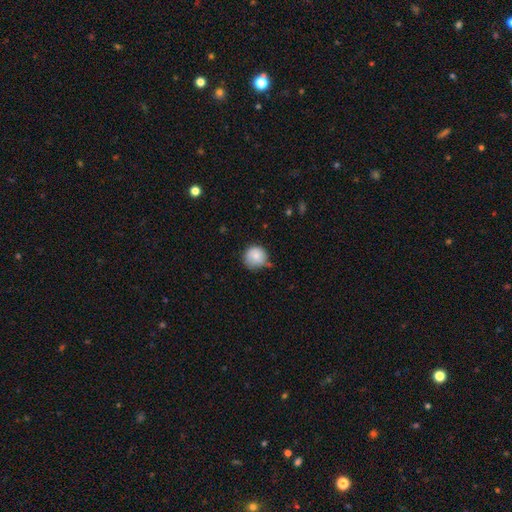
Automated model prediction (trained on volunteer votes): This is clearly a smooth galaxy (84%). How rounded: clearly round (92%). Merging: likely none (63%).